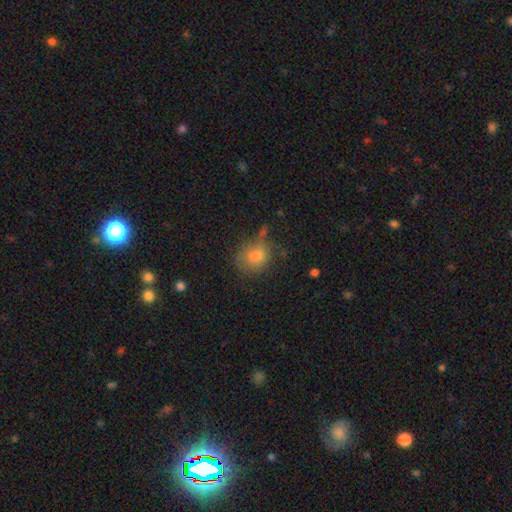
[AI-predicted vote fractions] Smooth or featured: smooth — 79% (star or artifact — 11%)
How rounded: round — 54% (in between — 45%)
Merging: none — 59% (minor disturbance — 25%)